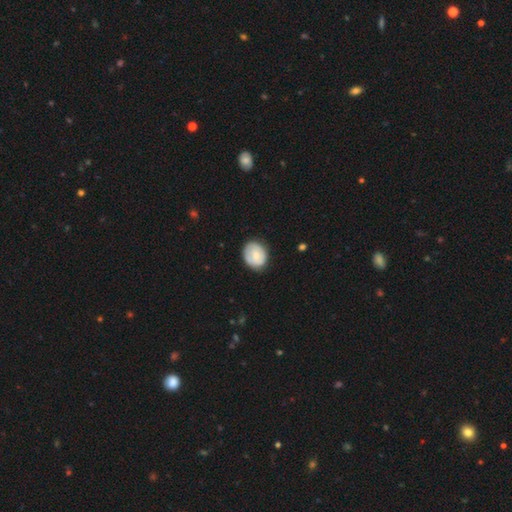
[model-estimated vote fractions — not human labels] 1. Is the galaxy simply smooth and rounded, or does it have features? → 65% smooth, 28% featured or disk, 6% star or artifact.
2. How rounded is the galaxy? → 65% round, 34% in between, 1% cigar-shaped.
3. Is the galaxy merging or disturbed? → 78% none, 17% minor disturbance, 4% major disturbance, 1% merger.